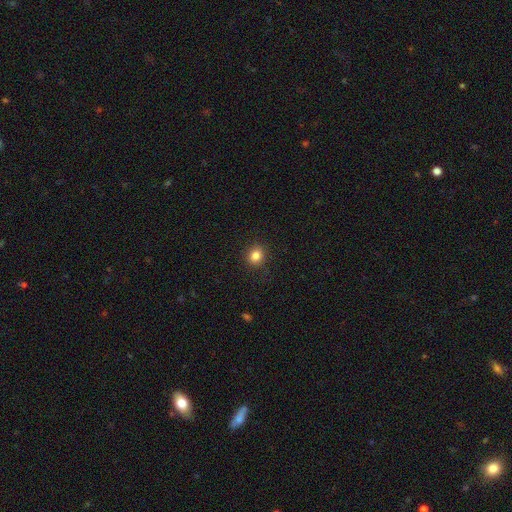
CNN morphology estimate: Overall: smooth (84%). How rounded: round (71%). Merging: none (89%).